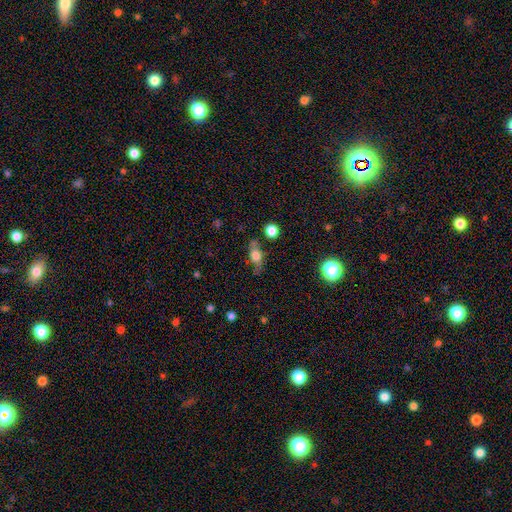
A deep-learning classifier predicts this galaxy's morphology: Smooth or featured? Predicted: smooth (p=0.62). How rounded? Predicted: in between (p=0.62). Merging? Predicted: none (p=0.67).